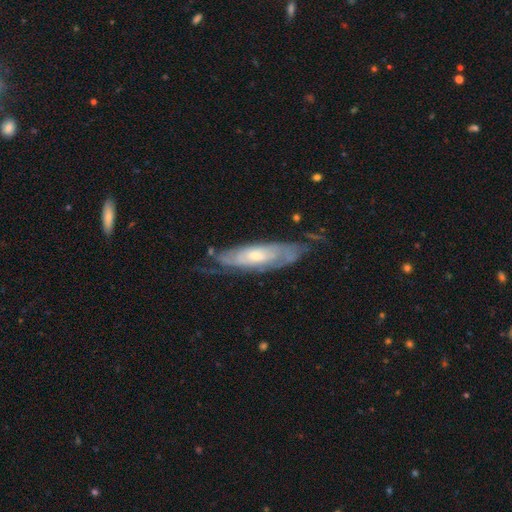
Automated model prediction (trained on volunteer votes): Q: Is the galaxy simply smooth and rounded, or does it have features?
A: featured or disk — 76%.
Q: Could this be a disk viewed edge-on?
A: no — 74%.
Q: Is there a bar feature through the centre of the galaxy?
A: no — 68%.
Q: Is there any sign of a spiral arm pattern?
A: yes — 86%.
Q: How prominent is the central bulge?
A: moderate — 47%.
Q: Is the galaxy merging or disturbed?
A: none — 61%.